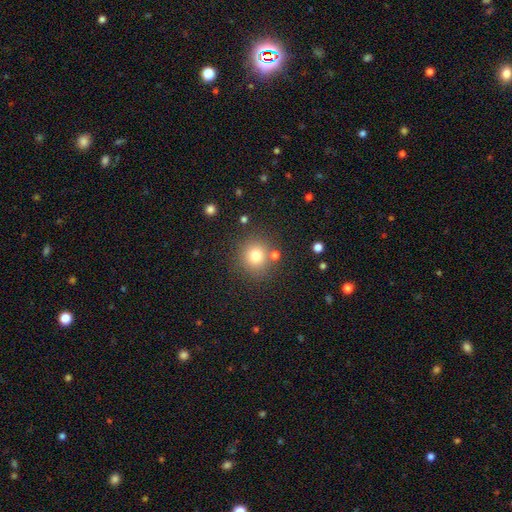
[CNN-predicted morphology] Smooth or featured?
  - smooth: 79% *
  - star or artifact: 14%
  - featured or disk: 8%
How rounded?
  - round: 92% *
  - in between: 7%
  - cigar-shaped: 1%
Merging?
  - none: 80% *
  - minor disturbance: 9%
  - merger: 8%
  - major disturbance: 4%